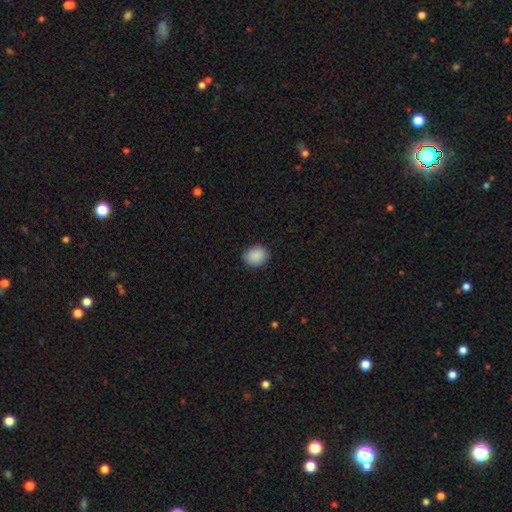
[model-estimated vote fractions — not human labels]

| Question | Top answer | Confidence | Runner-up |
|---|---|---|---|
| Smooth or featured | smooth | 90% | star or artifact (8%) |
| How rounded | round | 57% | in between (42%) |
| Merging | none | 88% | minor disturbance (9%) |